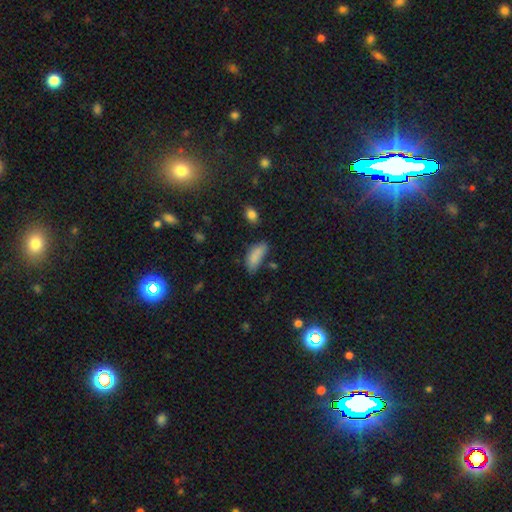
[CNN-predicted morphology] Smooth or featured? Predicted: smooth (p=0.84). How rounded? Predicted: in between (p=0.80). Merging? Predicted: none (p=0.53).